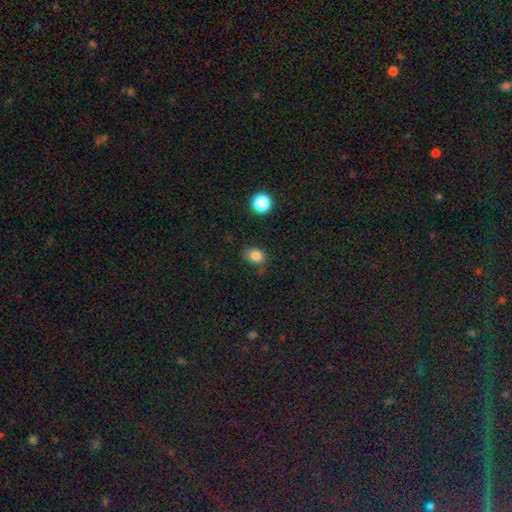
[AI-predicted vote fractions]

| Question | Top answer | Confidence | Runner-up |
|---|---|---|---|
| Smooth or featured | smooth | 82% | star or artifact (12%) |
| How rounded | in between | 57% | round (42%) |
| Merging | none | 68% | minor disturbance (23%) |